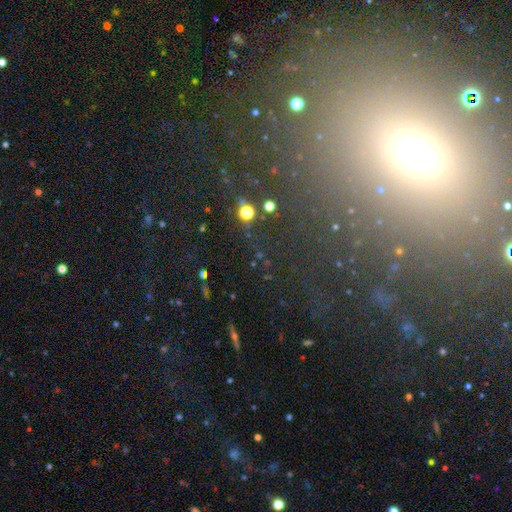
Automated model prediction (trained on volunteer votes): A star or artifact, not a galaxy (46%).